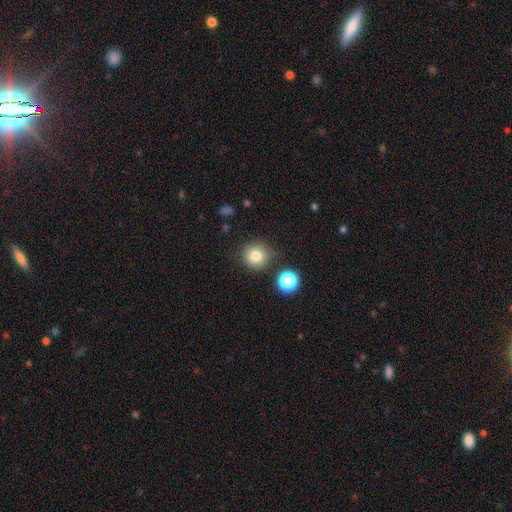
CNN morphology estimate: Smooth or featured: smooth — 81% (star or artifact — 13%)
How rounded: round — 92% (in between — 7%)
Merging: none — 79% (minor disturbance — 12%)